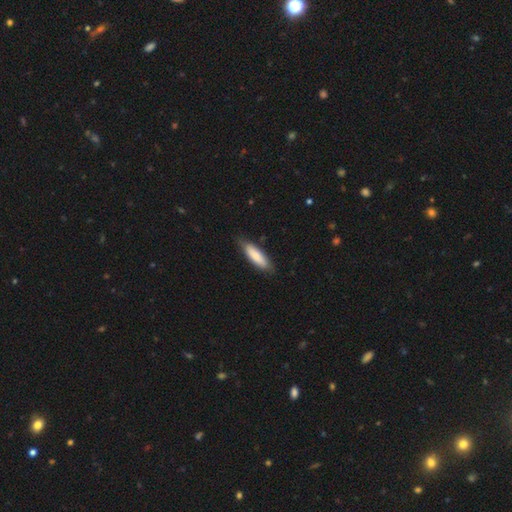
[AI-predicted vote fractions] A smooth galaxy with no disk features (78%) that is cigar-shaped (53%).

Vote fractions:
- Smooth or featured? smooth: 78% / featured or disk: 17% / star or artifact: 5%
- How rounded? cigar-shaped: 53% / in between: 46% / round: 1%
- Merging? none: 80% / minor disturbance: 16% / major disturbance: 2% / merger: 1%